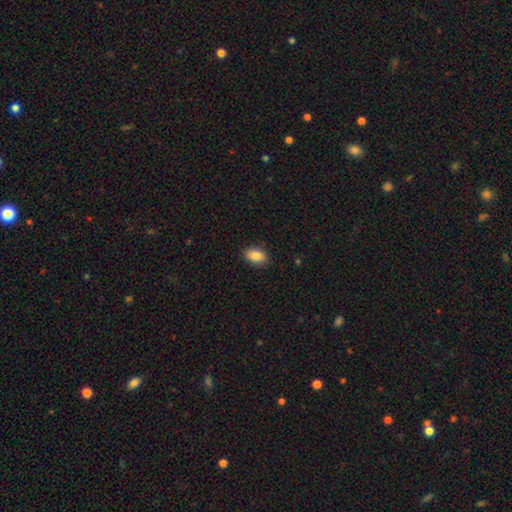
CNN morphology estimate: Smooth or featured: smooth — 87% (star or artifact — 8%)
How rounded: in between — 88% (round — 10%)
Merging: none — 88% (minor disturbance — 9%)